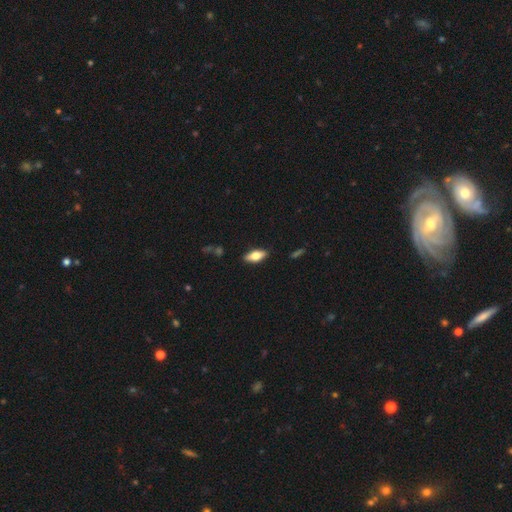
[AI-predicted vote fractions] The model was most divided on "smooth or featured": smooth: 67%, featured or disk: 27%, star or artifact: 6%. More confident: merging — none (88%); how rounded — in between (80%).